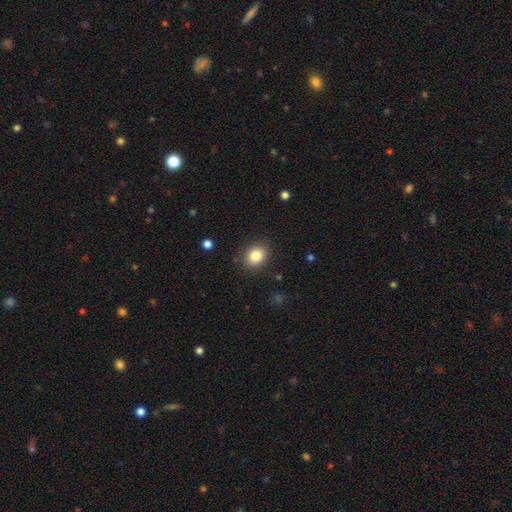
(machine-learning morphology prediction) A smooth galaxy with no disk features (84%) that is round (55%). Merging: none (87%).